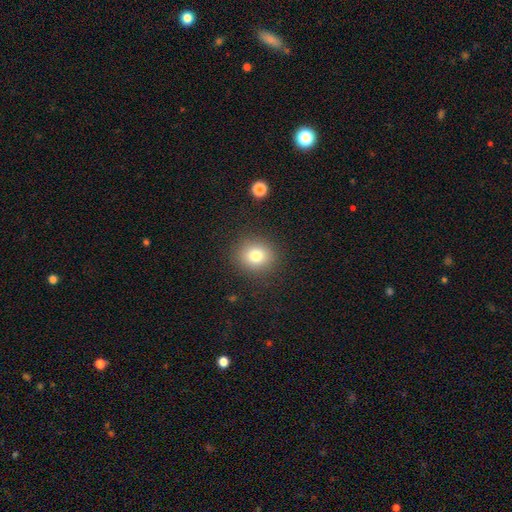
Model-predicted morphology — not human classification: This is likely a smooth galaxy (78%). How rounded: clearly round (83%). Merging: clearly none (88%).